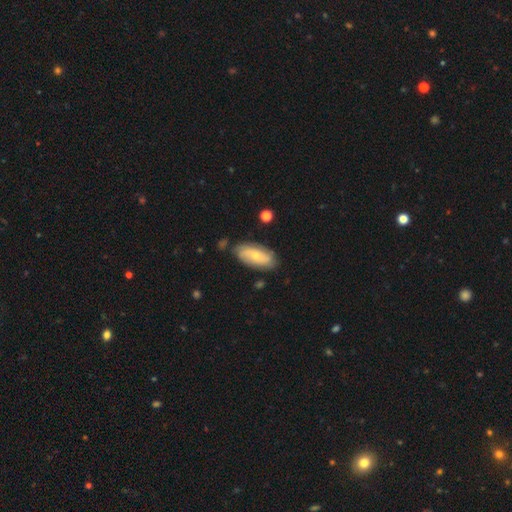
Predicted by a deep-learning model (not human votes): Smooth or featured? smooth (49%)
Merging? none (76%)